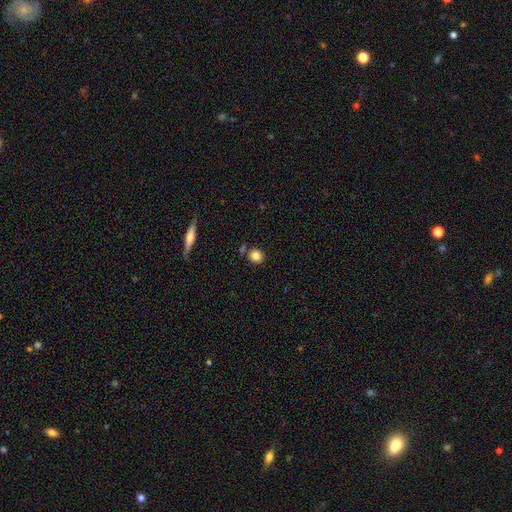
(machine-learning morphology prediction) A smooth galaxy with no disk features (83%) that is round (86%).

Vote fractions:
- Smooth or featured? smooth: 83% / star or artifact: 10% / featured or disk: 7%
- How rounded? round: 86% / in between: 13% / cigar-shaped: 2%
- Merging? none: 79% / minor disturbance: 10% / merger: 9% / major disturbance: 3%